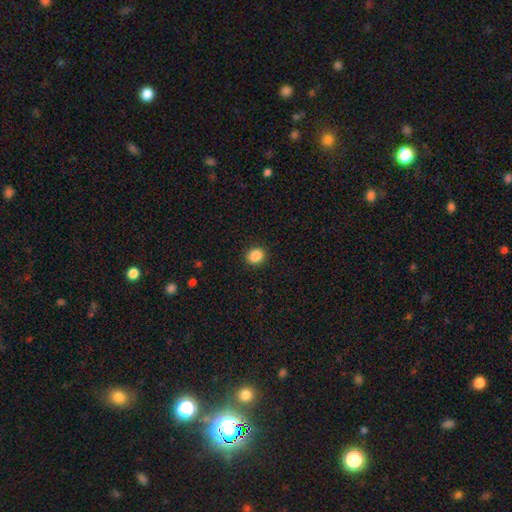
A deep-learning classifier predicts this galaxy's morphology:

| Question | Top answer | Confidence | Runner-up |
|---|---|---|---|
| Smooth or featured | smooth | 87% | star or artifact (9%) |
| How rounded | round | 73% | in between (26%) |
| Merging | none | 91% | minor disturbance (6%) |